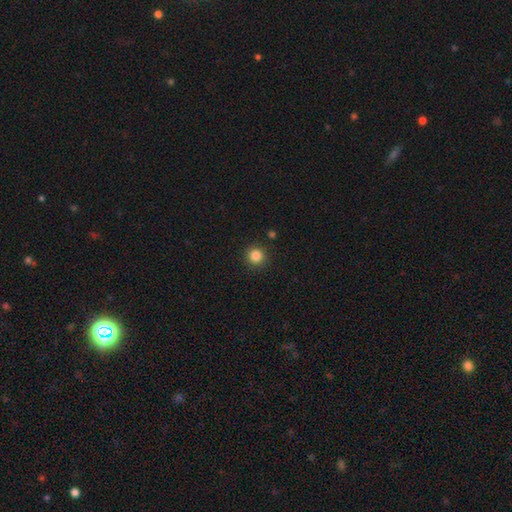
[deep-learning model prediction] A smooth galaxy with no disk features (84%) that is round (95%). Merging: none (91%).